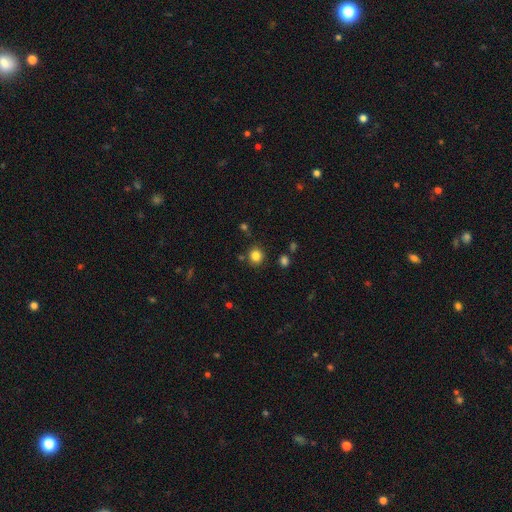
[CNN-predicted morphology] smooth 83%, star or artifact 12%, featured or disk 5%. Down the decision tree: how rounded — round (88%); merging — none (85%).